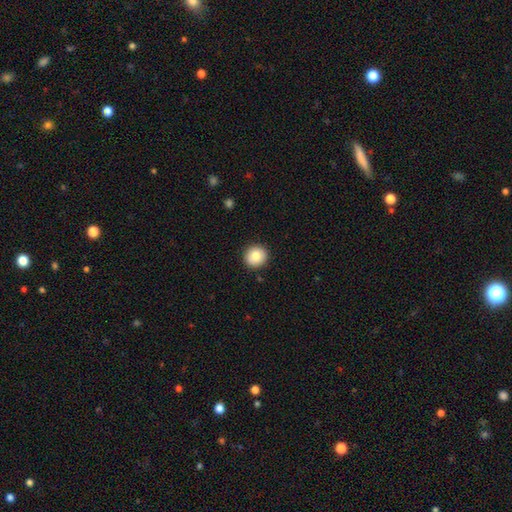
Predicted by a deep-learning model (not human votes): A smooth galaxy with no disk features (81%) that is round (92%). Merging: none (91%).